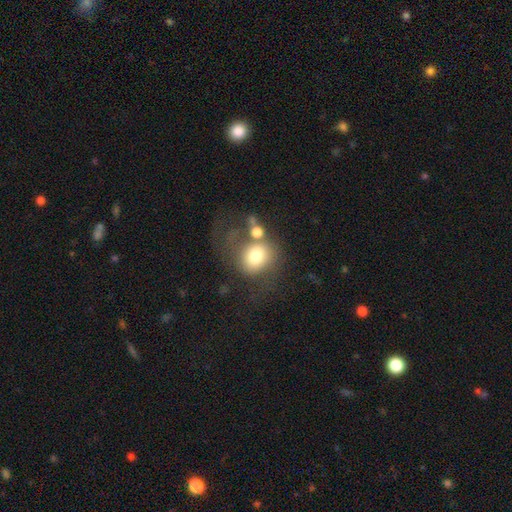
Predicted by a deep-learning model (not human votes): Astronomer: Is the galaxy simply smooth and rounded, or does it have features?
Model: smooth — 71%.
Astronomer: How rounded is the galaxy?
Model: round — 66%.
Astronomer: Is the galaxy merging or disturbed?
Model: none — 38% (runner-up: merger, 25%).